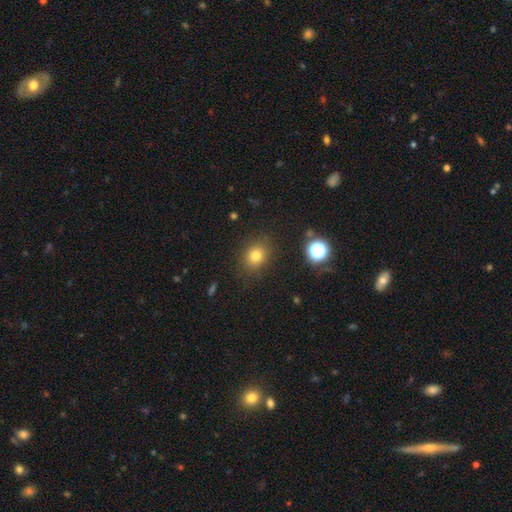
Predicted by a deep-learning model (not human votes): A smooth galaxy with no disk features (78%) that is round (63%). Merging: none (85%).